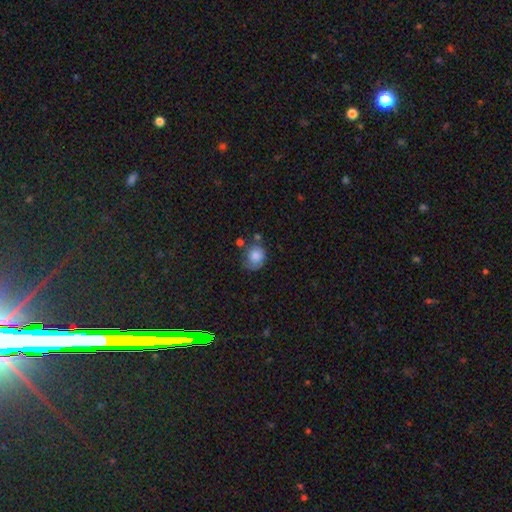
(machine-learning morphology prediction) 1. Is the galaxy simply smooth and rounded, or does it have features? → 81% smooth, 10% featured or disk, 9% star or artifact.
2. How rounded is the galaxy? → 67% round, 32% in between, 1% cigar-shaped.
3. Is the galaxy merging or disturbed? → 51% none, 29% minor disturbance, 11% major disturbance, 9% merger.